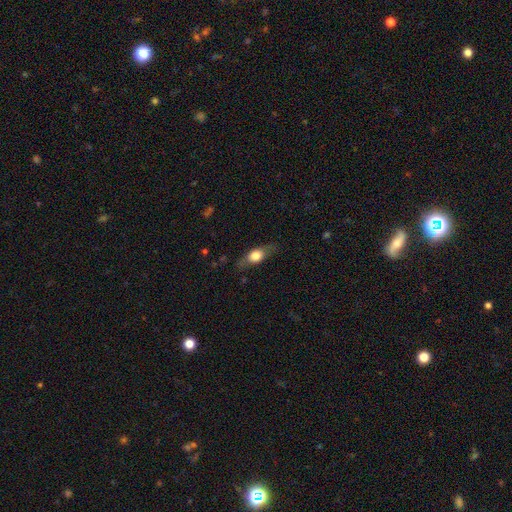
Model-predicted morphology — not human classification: type=smooth (61%); roundness=in between (67%); merging=none (75%).